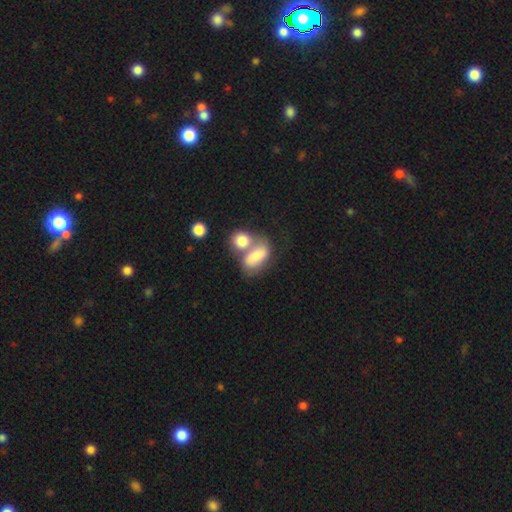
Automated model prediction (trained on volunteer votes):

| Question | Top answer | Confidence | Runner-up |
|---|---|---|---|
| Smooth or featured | smooth | 73% | featured or disk (20%) |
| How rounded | in between | 81% | round (12%) |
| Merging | merger | 60% | none (23%) |